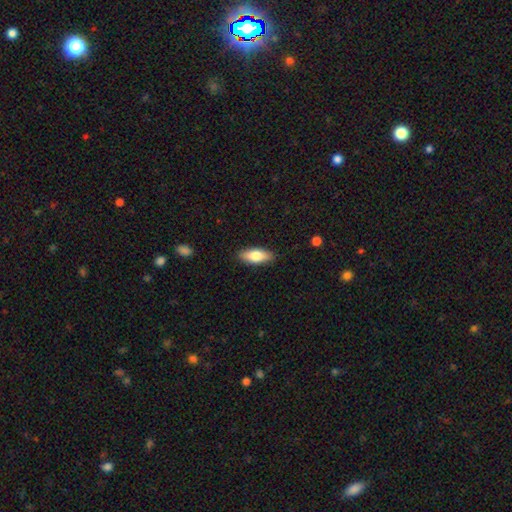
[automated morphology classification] type=smooth (73%); roundness=in between (72%); merging=none (88%).